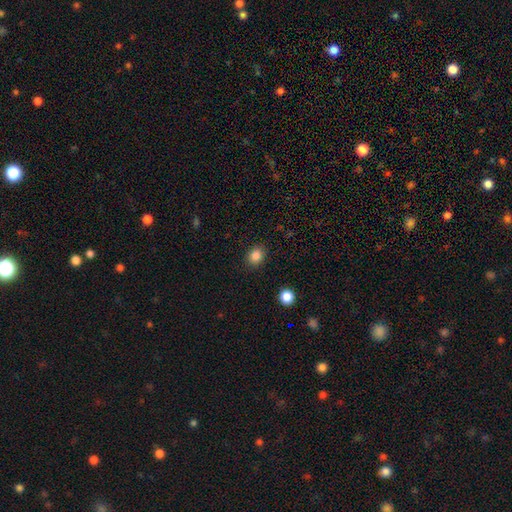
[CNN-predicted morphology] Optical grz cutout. It shows a smooth galaxy with no disk features (85%) that is round (57%). Merging: none (86%).